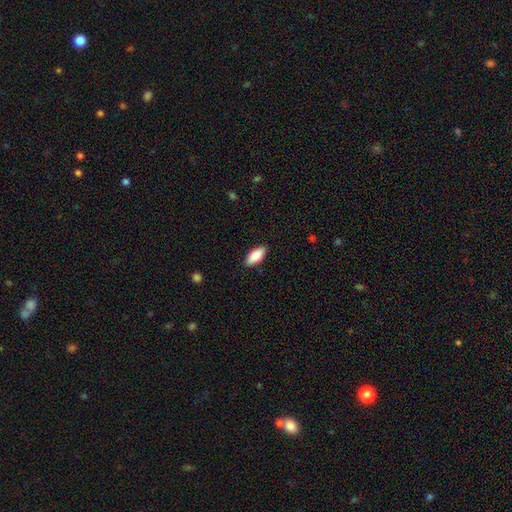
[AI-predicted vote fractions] smooth_or_featured: smooth (p=0.84) [alt: featured or disk p=0.10]
how_rounded: in between (p=0.85) [alt: cigar-shaped p=0.13]
merging: none (p=0.89) [alt: minor disturbance p=0.08]